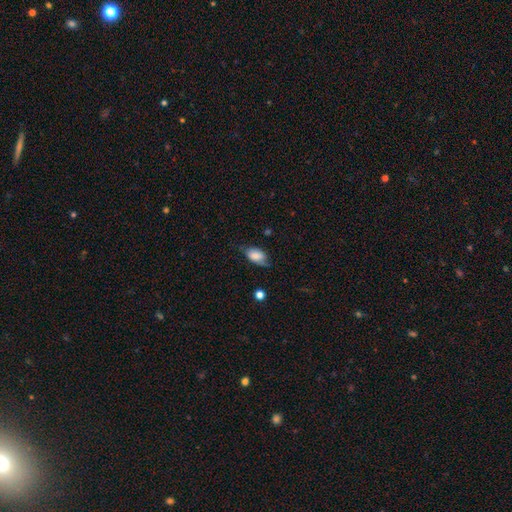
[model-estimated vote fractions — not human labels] A smooth galaxy with no disk features (71%) that is in between round and cigar-shaped (91%). Merging: none (55%).